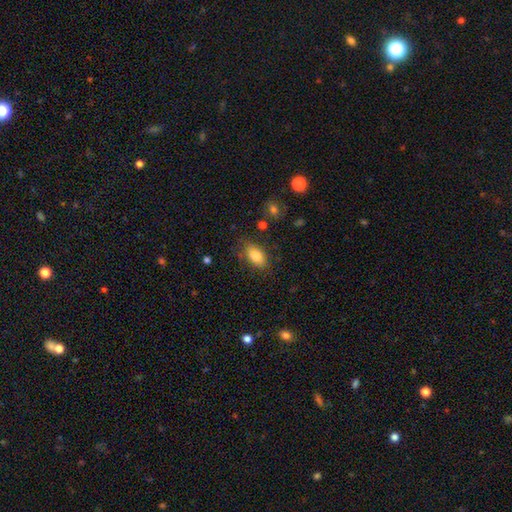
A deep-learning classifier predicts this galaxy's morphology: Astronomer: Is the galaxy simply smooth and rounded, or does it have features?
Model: smooth — 82%.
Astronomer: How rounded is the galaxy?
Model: in between — 90%.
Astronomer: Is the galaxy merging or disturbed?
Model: none — 79%.